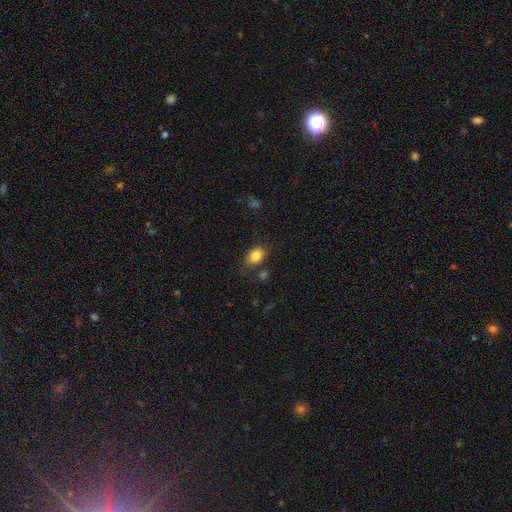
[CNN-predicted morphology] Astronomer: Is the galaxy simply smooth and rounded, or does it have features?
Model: smooth — 85%.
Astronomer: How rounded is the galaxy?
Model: in between — 72%.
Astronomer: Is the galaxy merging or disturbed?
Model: none — 74%.